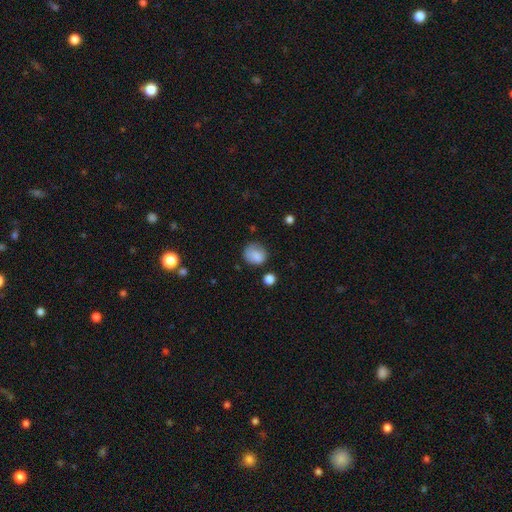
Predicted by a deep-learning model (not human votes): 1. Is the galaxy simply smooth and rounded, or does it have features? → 83% smooth, 9% star or artifact, 7% featured or disk.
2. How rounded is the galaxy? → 74% round, 25% in between, 1% cigar-shaped.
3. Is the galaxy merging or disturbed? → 63% none, 25% minor disturbance, 9% major disturbance, 3% merger.